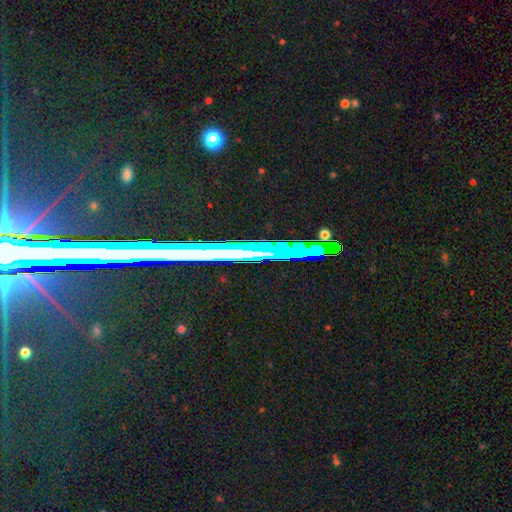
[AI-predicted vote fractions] Smooth or featured: star or artifact — 60% (featured or disk — 23%)